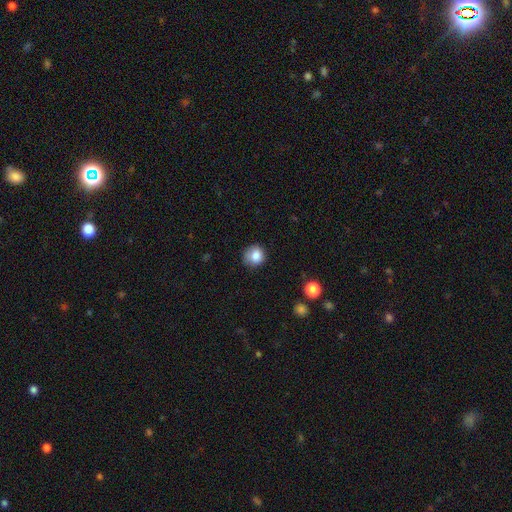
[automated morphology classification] Smooth or featured? Predicted: smooth (p=0.84). How rounded? Predicted: round (p=0.84). Merging? Predicted: none (p=0.71).